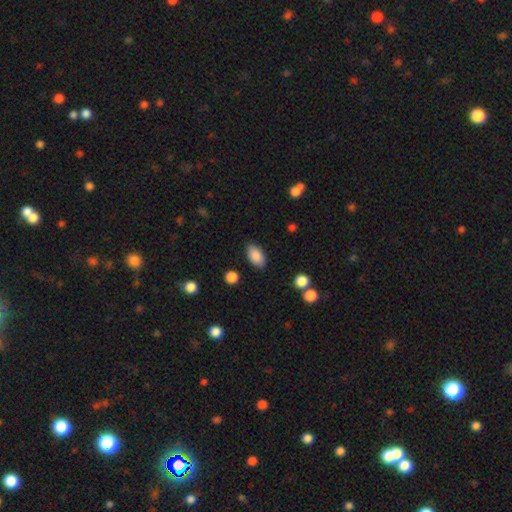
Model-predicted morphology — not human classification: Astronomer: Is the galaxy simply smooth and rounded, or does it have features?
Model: smooth — 88%.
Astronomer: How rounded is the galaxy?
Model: in between — 93%.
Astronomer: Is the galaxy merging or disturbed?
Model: none — 85%.